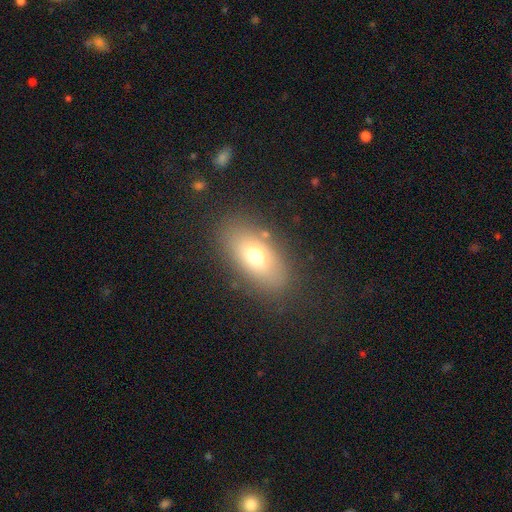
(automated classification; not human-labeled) Smooth or featured?
  - smooth: 67% *
  - featured or disk: 22%
  - star or artifact: 11%
How rounded?
  - in between: 85% *
  - round: 9%
  - cigar-shaped: 6%
Merging?
  - none: 81% *
  - minor disturbance: 12%
  - major disturbance: 5%
  - merger: 2%